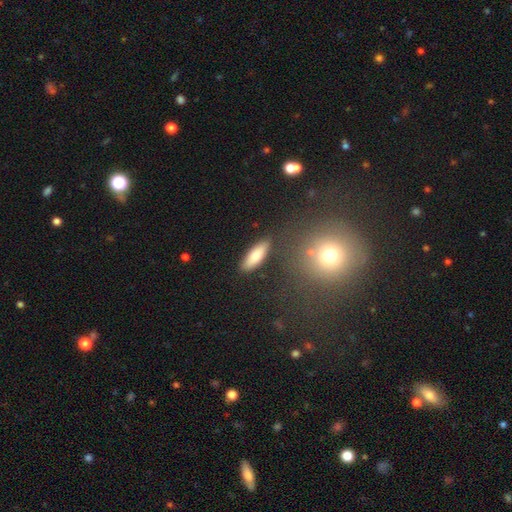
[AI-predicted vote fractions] smooth_or_featured: smooth (p=0.80) [alt: featured or disk p=0.13]
how_rounded: in between (p=0.57) [alt: cigar-shaped p=0.41]
merging: none (p=0.83) [alt: minor disturbance p=0.11]